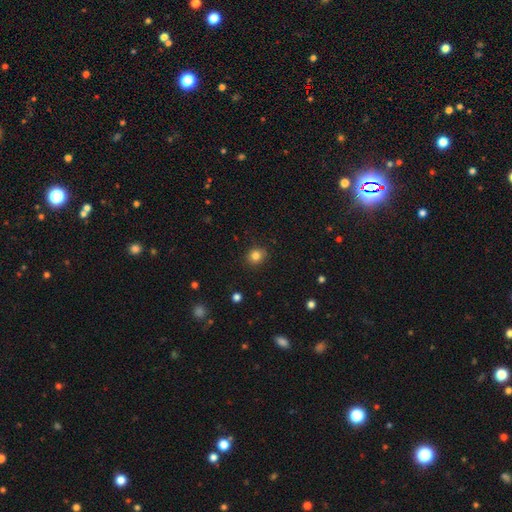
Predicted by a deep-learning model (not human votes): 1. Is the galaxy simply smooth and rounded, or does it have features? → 83% smooth, 11% star or artifact, 6% featured or disk.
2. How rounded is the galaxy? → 72% round, 27% in between, 1% cigar-shaped.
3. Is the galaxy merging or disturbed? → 87% none, 10% minor disturbance, 2% major disturbance, 1% merger.